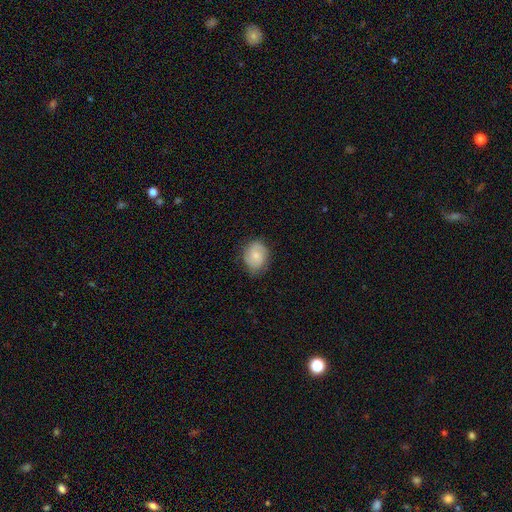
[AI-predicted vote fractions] Smooth or featured? Predicted: smooth (p=0.64). How rounded? Predicted: round (p=0.53). Merging? Predicted: none (p=0.75).